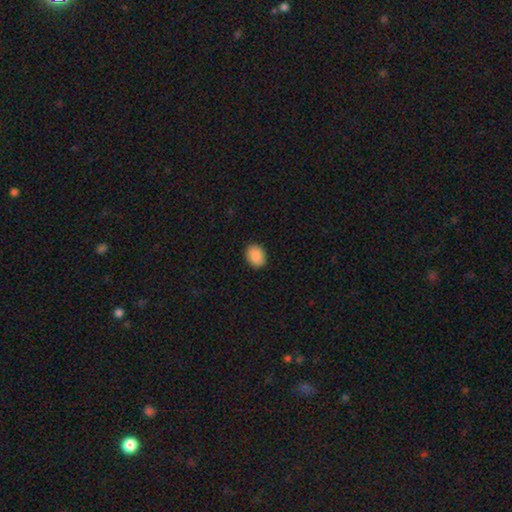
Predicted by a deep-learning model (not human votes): Morphology: type=smooth (90%); roundness=in between (57%); merging=none (89%).